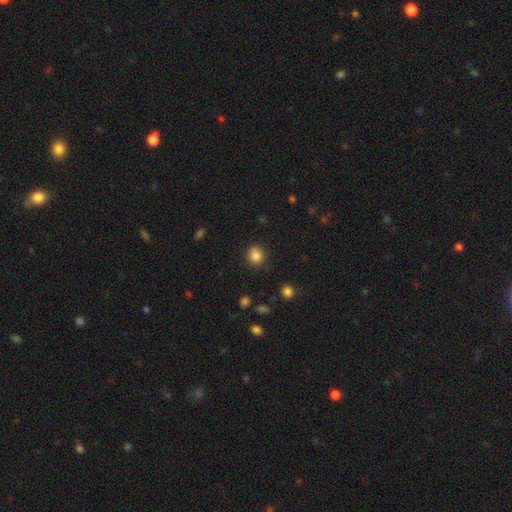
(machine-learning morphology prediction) smooth-or-featured: smooth: 84% | star or artifact: 11% | featured or disk: 4%
  how-rounded: round: 78% | in between: 21% | cigar-shaped: 1%
  merging: none: 80% | minor disturbance: 14% | major disturbance: 3% | merger: 3%